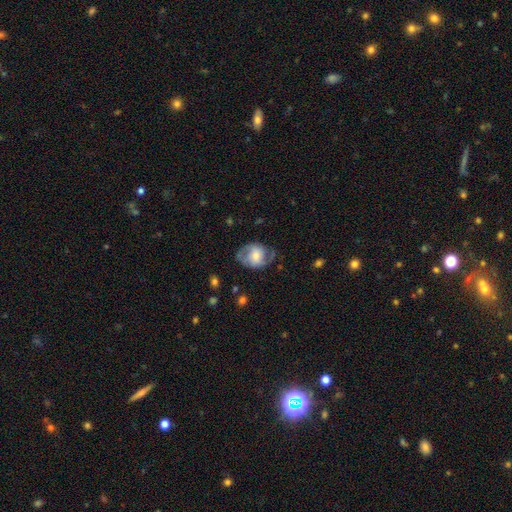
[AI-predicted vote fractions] Smooth or featured?
  - featured or disk: 53% *
  - smooth: 40%
  - star or artifact: 7%
Edge-on disk?
  - no: 96% *
  - yes: 4%
Bar?
  - no: 59% *
  - weak: 32%
  - strong: 9%
Spiral arms?
  - yes: 76% *
  - no: 24%
Bulge size?
  - moderate: 44% *
  - small: 29%
  - large: 18%
  - none: 6%
  - dominant: 3%
Merging?
  - none: 55% *
  - minor disturbance: 27%
  - major disturbance: 17%
  - merger: 2%